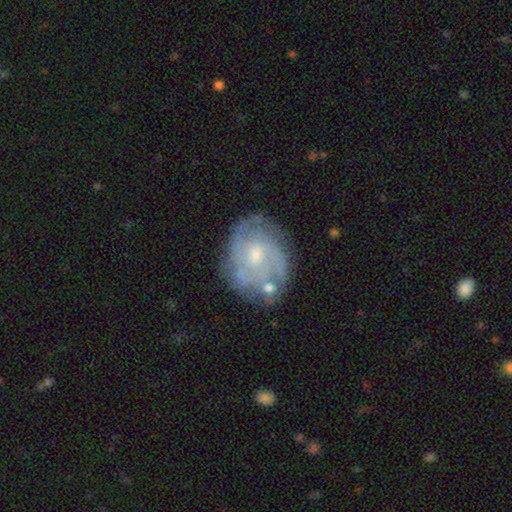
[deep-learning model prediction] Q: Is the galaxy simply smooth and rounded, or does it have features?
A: featured or disk — 79%.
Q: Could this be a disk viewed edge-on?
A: no — 97%.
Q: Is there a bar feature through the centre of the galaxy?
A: no — 57%.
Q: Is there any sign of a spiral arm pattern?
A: yes — 89%.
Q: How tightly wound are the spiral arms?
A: tight — 53%.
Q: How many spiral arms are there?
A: can't tell — 34%.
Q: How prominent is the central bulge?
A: small — 55%.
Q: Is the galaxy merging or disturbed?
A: none — 68%.